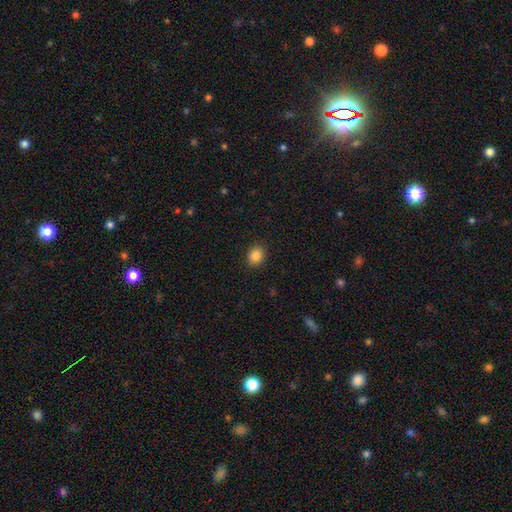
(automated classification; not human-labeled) Smooth or featured?
  - smooth: 85% *
  - star or artifact: 10%
  - featured or disk: 5%
How rounded?
  - round: 54% *
  - in between: 45%
  - cigar-shaped: 1%
Merging?
  - none: 90% *
  - minor disturbance: 7%
  - major disturbance: 2%
  - merger: 1%